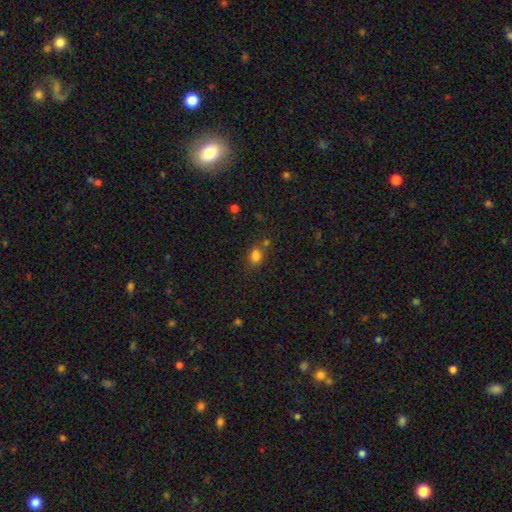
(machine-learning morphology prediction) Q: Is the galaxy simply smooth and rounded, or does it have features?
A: smooth — 79%.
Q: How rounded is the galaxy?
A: in between — 57%.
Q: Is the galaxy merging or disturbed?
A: none — 61%.